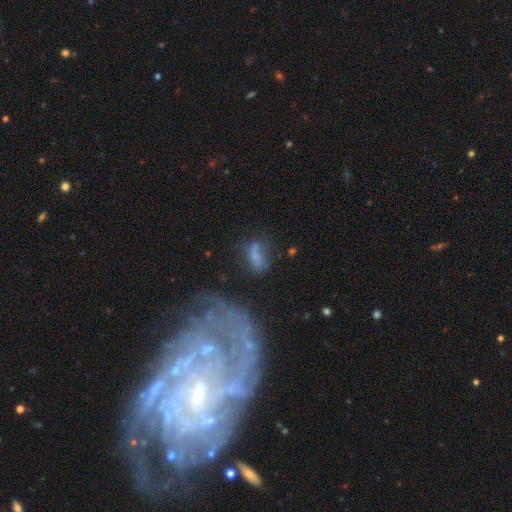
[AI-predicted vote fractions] Overall: smooth (56%; featured or disk 29%). How rounded: in between (66%). Merging: none (47%; minor disturbance 23%).